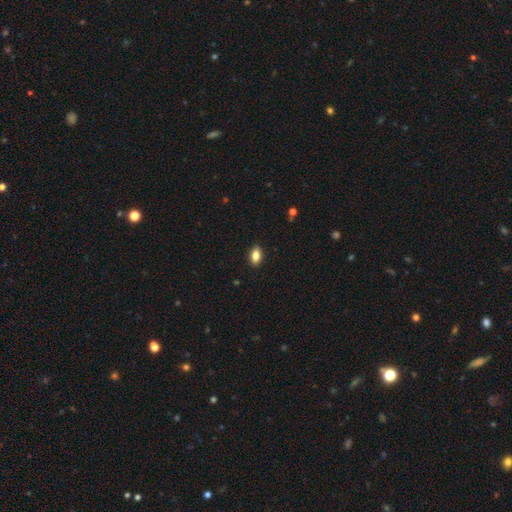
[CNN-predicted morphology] Q: Smooth or featured?
A: smooth (81%); runner-up: featured or disk (11%)
Q: How rounded?
A: in between (88%); runner-up: cigar-shaped (6%)
Q: Merging?
A: none (89%); runner-up: minor disturbance (8%)